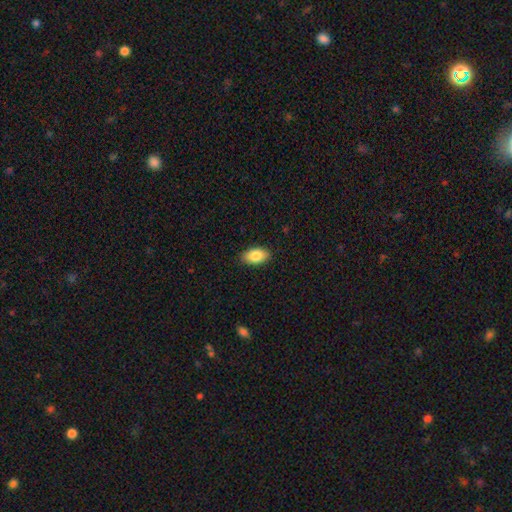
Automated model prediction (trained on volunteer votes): Smooth or featured?
  - smooth: 85% *
  - featured or disk: 8%
  - star or artifact: 7%
How rounded?
  - in between: 93% *
  - round: 5%
  - cigar-shaped: 2%
Merging?
  - none: 88% *
  - minor disturbance: 9%
  - major disturbance: 2%
  - merger: 1%